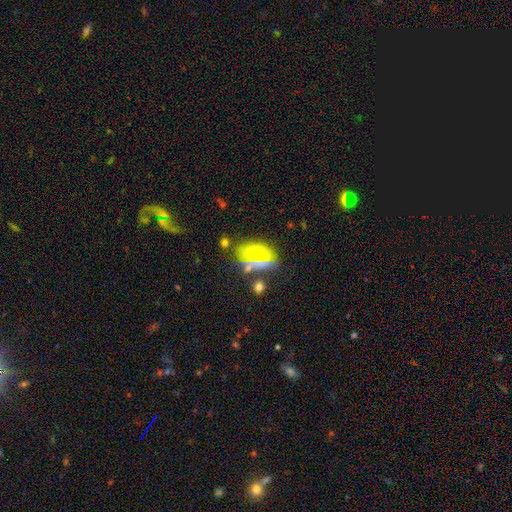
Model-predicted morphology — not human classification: smooth_or_featured: smooth (p=0.57) [alt: featured or disk p=0.24]
how_rounded: in between (p=0.80) [alt: round p=0.17]
merging: none (p=0.63) [alt: minor disturbance p=0.19]